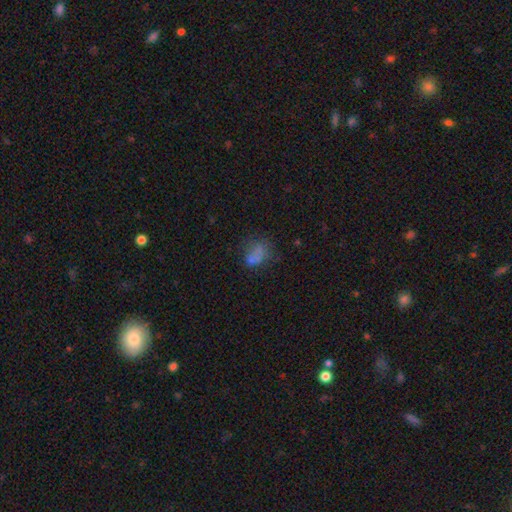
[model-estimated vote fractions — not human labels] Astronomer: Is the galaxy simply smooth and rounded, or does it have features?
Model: smooth — 60%.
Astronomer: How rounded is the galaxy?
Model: in between — 52% (runner-up: round, 46%).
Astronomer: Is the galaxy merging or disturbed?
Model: none — 42% (runner-up: merger, 23%).